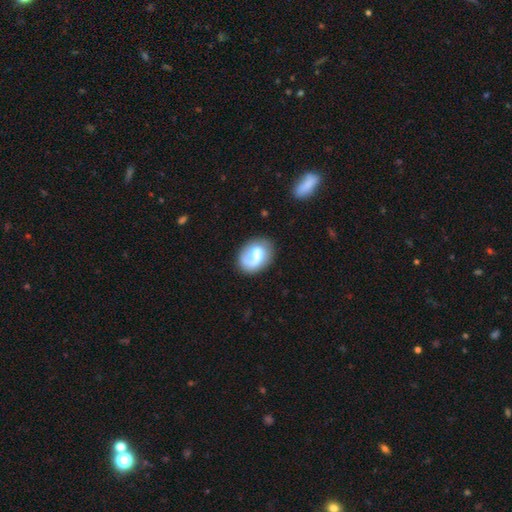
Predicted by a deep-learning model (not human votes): Morphology: type=featured or disk (50%); edge-on=no (97%); merging=none (65%).